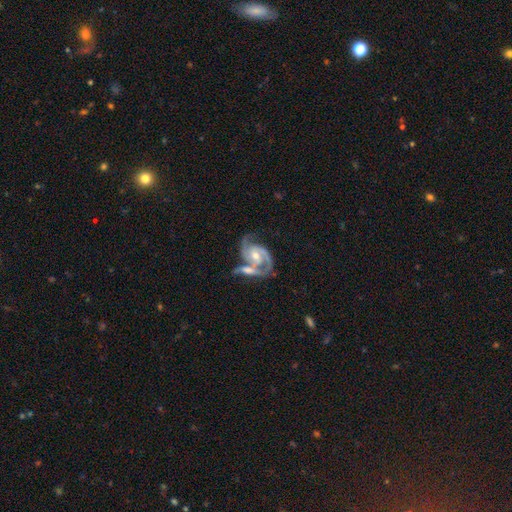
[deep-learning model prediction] featured or disk 91%, smooth 5%, star or artifact 4%. Down the decision tree: edge-on disk — no (98%); bar — no (47%); spiral arms — yes (97%); spiral arm count — 2 (84%); spiral winding — medium (54%); bulge size — moderate (58%); merging — merger (48%).